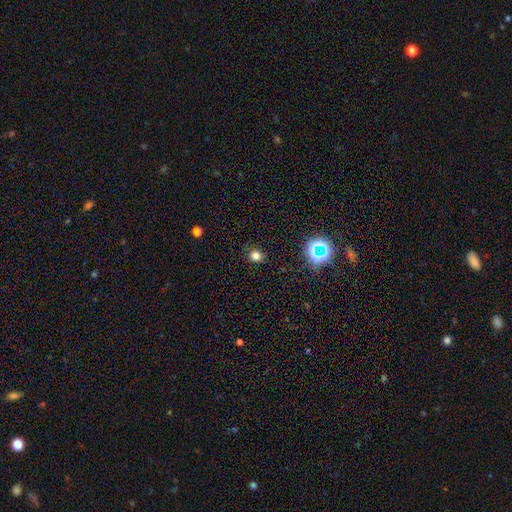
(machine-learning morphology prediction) Overall: smooth (75%). How rounded: round (82%). Merging: none (89%).